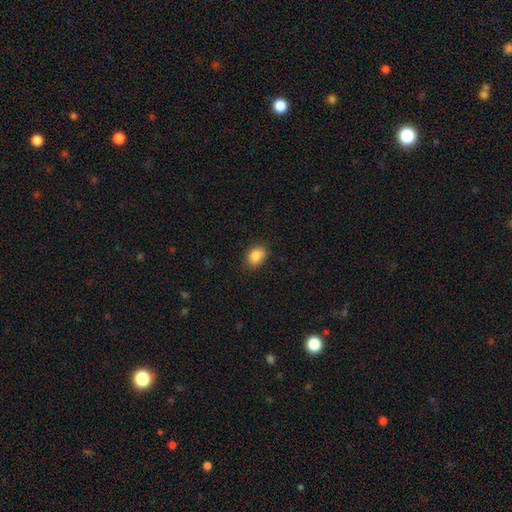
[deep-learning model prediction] Morphology: type=smooth (85%); roundness=in between (73%); merging=none (80%).